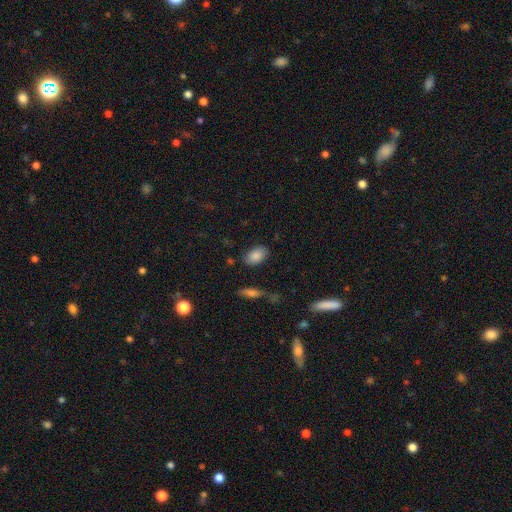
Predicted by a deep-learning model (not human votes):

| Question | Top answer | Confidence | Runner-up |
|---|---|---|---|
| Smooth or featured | smooth | 86% | star or artifact (8%) |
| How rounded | in between | 91% | round (7%) |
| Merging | none | 80% | minor disturbance (14%) |